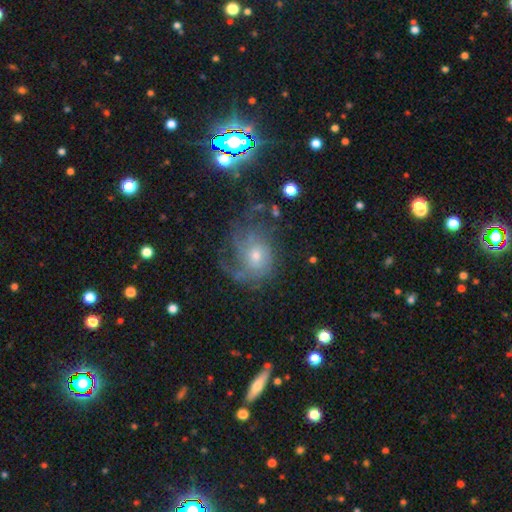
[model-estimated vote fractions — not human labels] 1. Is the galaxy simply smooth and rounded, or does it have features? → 66% featured or disk, 19% smooth, 15% star or artifact.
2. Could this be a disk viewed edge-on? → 97% no, 3% yes.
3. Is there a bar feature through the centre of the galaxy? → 77% no, 20% weak, 3% strong.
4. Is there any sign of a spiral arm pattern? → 84% yes, 16% no.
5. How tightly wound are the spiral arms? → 40% tight, 37% medium, 22% loose.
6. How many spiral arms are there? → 48% can't tell, 15% 3, 14% 2, 9% 1, 8% 4, 6% more than 4.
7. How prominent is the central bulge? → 50% small, 42% moderate, 4% large, 2% none, 1% dominant.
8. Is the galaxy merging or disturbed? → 49% none, 27% major disturbance, 21% minor disturbance, 2% merger.